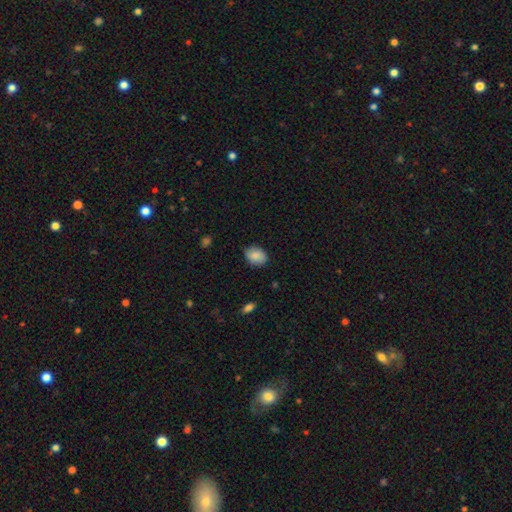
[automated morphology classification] Q: Smooth or featured?
A: smooth (86%); runner-up: featured or disk (7%)
Q: How rounded?
A: in between (66%); runner-up: round (33%)
Q: Merging?
A: none (79%); runner-up: minor disturbance (17%)